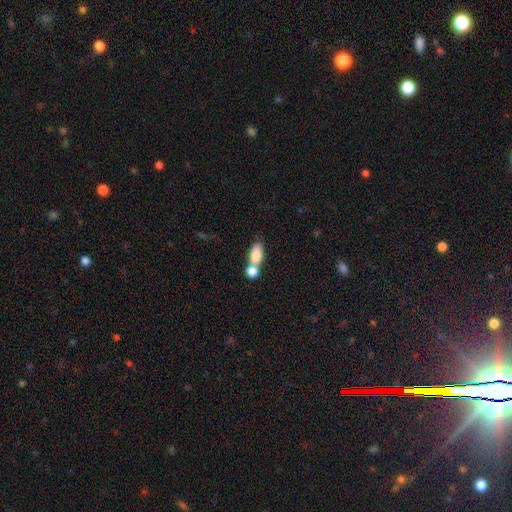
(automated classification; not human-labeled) A smooth galaxy with no disk features (81%) that is in between round and cigar-shaped (83%). Merging: merger (56%).